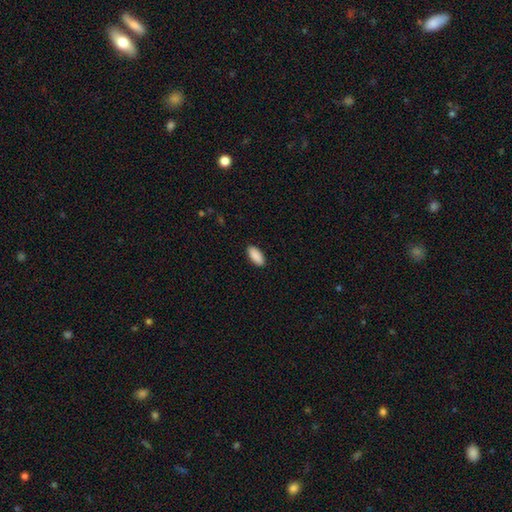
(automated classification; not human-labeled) Morphology: type=smooth (91%); roundness=in between (88%); merging=none (90%).